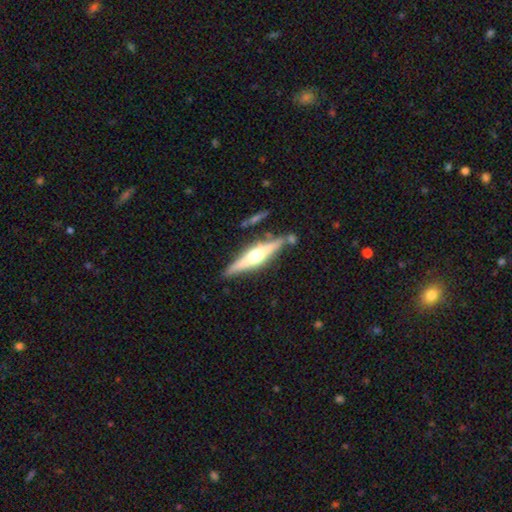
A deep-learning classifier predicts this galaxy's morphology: Smooth or featured?
  - featured or disk: 72% *
  - smooth: 22%
  - star or artifact: 5%
Edge-on disk?
  - yes: 96% *
  - no: 4%
Edge-on bulge?
  - rounded: 94% *
  - boxy: 4%
  - none: 2%
Merging?
  - none: 79% *
  - minor disturbance: 12%
  - merger: 6%
  - major disturbance: 3%